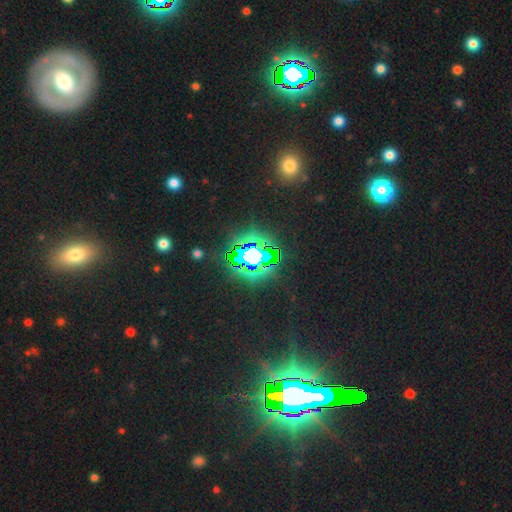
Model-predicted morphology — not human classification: The model was most divided on "smooth or featured": star or artifact: 77%, smooth: 12%, featured or disk: 11%.